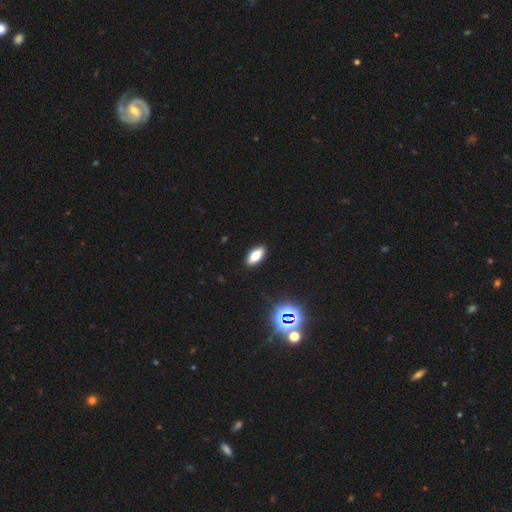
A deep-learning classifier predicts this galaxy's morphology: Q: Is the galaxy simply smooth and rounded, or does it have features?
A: smooth — 72%.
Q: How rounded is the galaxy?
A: in between — 83%.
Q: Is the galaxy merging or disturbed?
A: none — 90%.